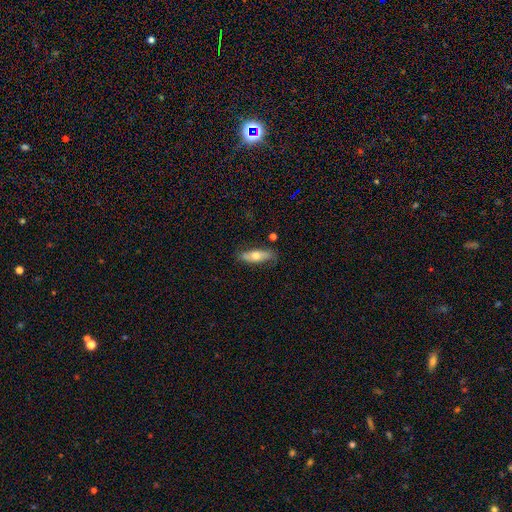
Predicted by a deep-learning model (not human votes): Smooth or featured? smooth (60%)
How rounded? in between (58%)
Merging? none (77%)